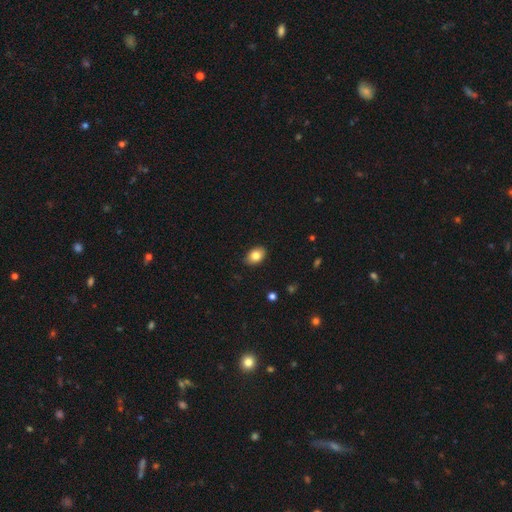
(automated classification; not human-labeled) smooth 83%, featured or disk 10%, star or artifact 8%. Down the decision tree: how rounded — in between (83%); merging — none (87%).